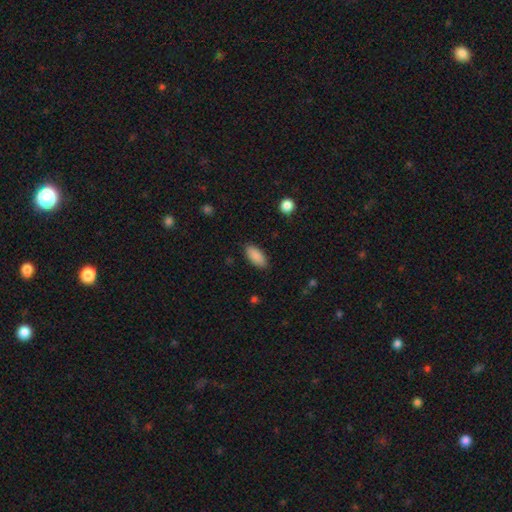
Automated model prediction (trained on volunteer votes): A smooth galaxy with no disk features (90%) that is in between round and cigar-shaped (88%).

Vote fractions:
- Smooth or featured? smooth: 90% / star or artifact: 7% / featured or disk: 4%
- How rounded? in between: 88% / cigar-shaped: 10% / round: 2%
- Merging? none: 87% / minor disturbance: 9% / major disturbance: 2% / merger: 1%